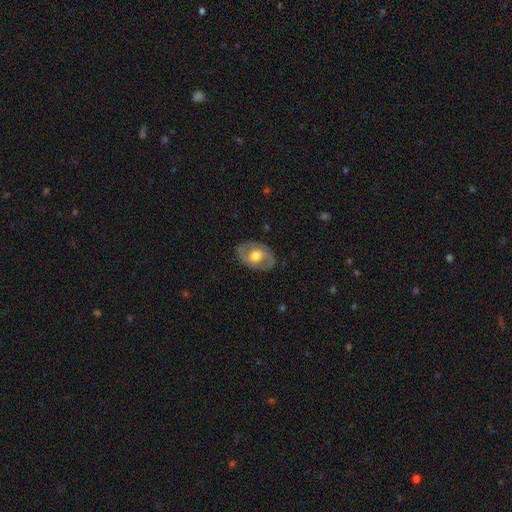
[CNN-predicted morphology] A featured or disk galaxy (65%) with no bar (58%), spiral arms (65%) and a moderate central bulge (65%). Merging: none (83%).